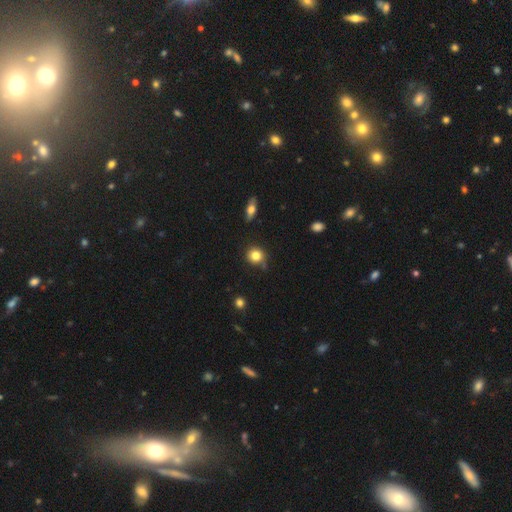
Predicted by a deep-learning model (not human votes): Smooth or featured? smooth (83%)
How rounded? round (86%)
Merging? none (78%)